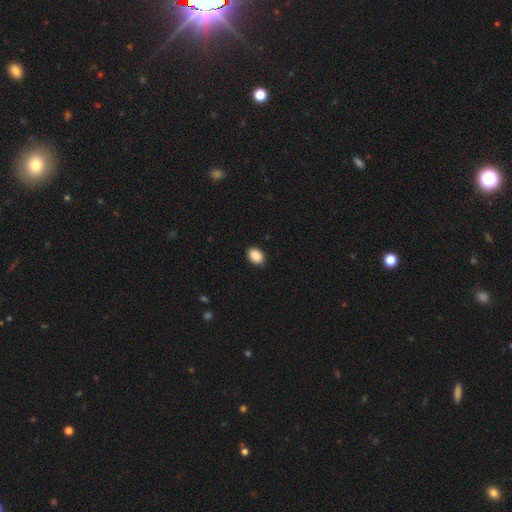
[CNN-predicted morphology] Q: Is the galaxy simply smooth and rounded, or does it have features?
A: smooth — 90%.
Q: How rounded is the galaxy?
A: in between — 81%.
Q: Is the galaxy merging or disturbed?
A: none — 89%.